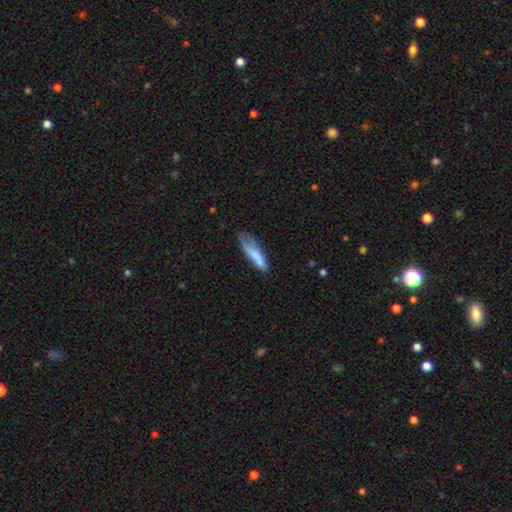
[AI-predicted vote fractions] Morphology: type=smooth (77%); roundness=cigar-shaped (65%); merging=none (41%).